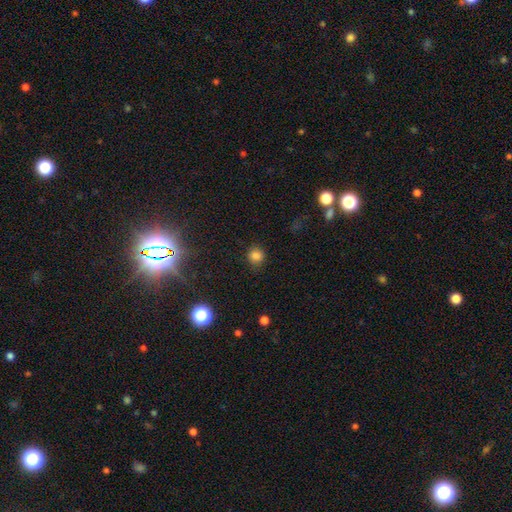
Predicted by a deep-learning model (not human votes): A smooth galaxy with no disk features (80%) that is round (86%).

Vote fractions:
- Smooth or featured? smooth: 80% / star or artifact: 15% / featured or disk: 5%
- How rounded? round: 86% / in between: 13% / cigar-shaped: 1%
- Merging? none: 83% / minor disturbance: 12% / major disturbance: 3% / merger: 2%